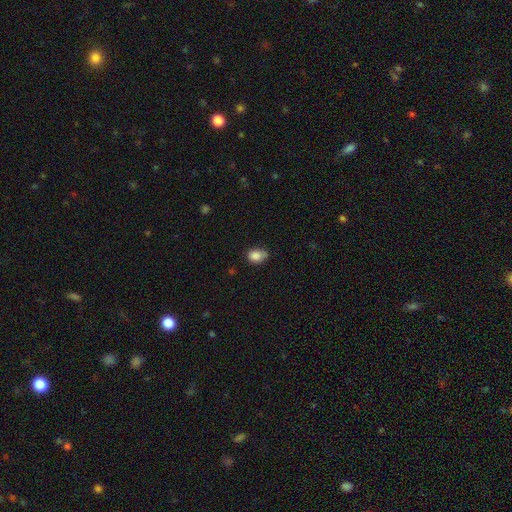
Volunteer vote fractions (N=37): Smooth or featured? smooth (89%)
How rounded? in between (52%)
Merging? none (57%)